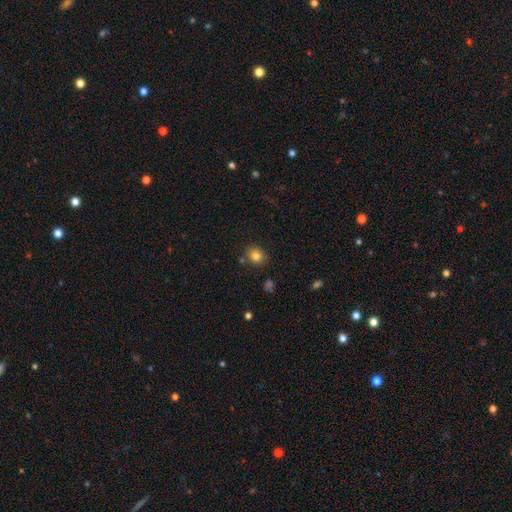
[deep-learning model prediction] Q: Smooth or featured?
A: smooth (81%); runner-up: star or artifact (12%)
Q: How rounded?
A: round (75%); runner-up: in between (24%)
Q: Merging?
A: none (82%); runner-up: minor disturbance (11%)